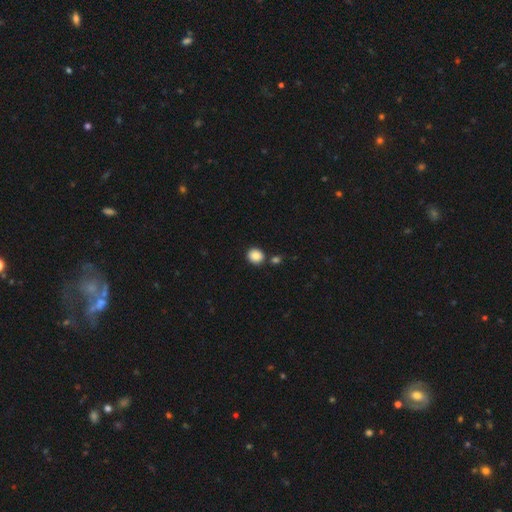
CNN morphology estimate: type=smooth (86%); roundness=round (83%); merging=none (81%).